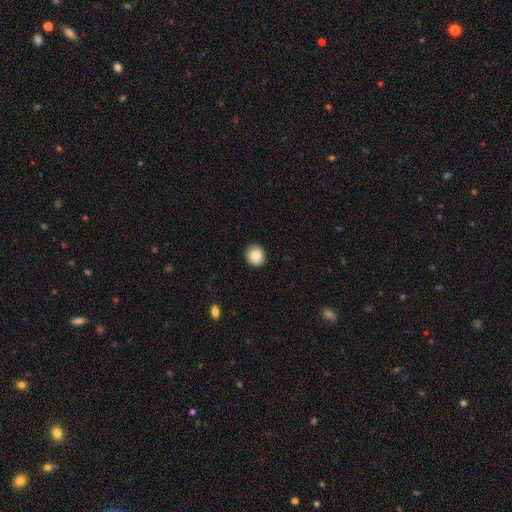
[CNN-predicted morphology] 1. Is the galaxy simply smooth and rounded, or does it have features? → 88% smooth, 8% star or artifact, 4% featured or disk.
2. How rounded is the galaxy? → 83% round, 16% in between, 1% cigar-shaped.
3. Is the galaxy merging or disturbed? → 90% none, 7% minor disturbance, 2% major disturbance, 1% merger.